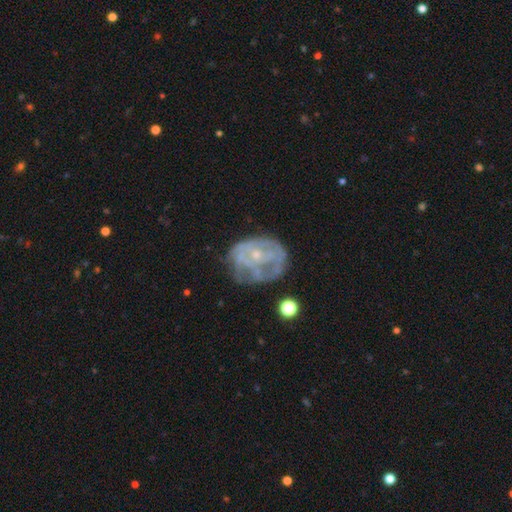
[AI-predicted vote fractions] This is likely a featured or disk galaxy (68%). It is clearly not viewed edge-on (97%). Bar: clearly no (80%). Spiral arm pattern: possibly no (54%). Central bulge: likely small (71%). Merging: possibly none (47%).